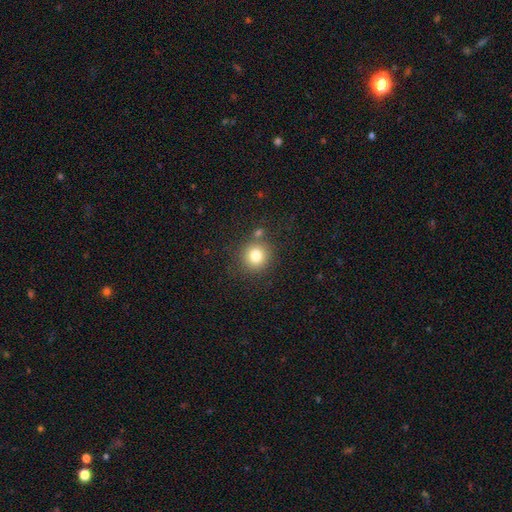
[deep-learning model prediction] Smooth or featured? smooth (80%)
How rounded? round (91%)
Merging? none (79%)